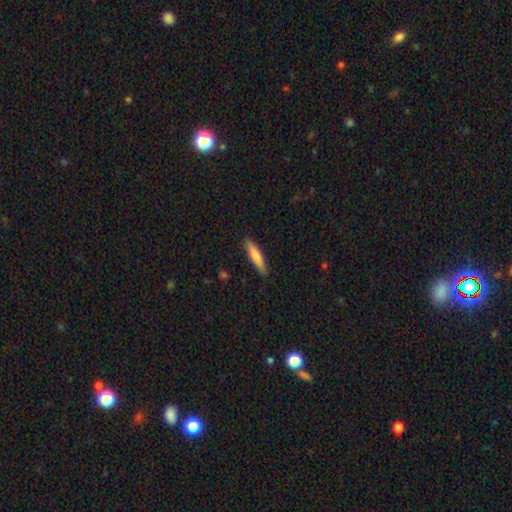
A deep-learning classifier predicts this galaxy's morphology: type=smooth (64%); roundness=cigar-shaped (86%); merging=none (89%).